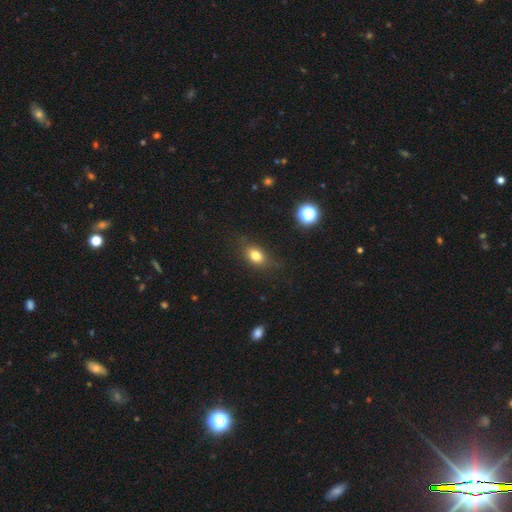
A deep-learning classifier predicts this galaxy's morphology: smooth 79%, star or artifact 12%, featured or disk 10%. Down the decision tree: how rounded — in between (75%); merging — none (77%).